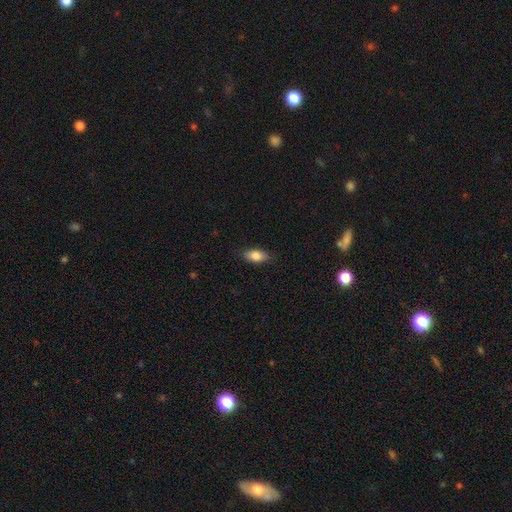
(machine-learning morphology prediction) Q: Smooth or featured?
A: smooth (82%); runner-up: featured or disk (11%)
Q: How rounded?
A: in between (87%); runner-up: cigar-shaped (9%)
Q: Merging?
A: none (86%); runner-up: minor disturbance (11%)